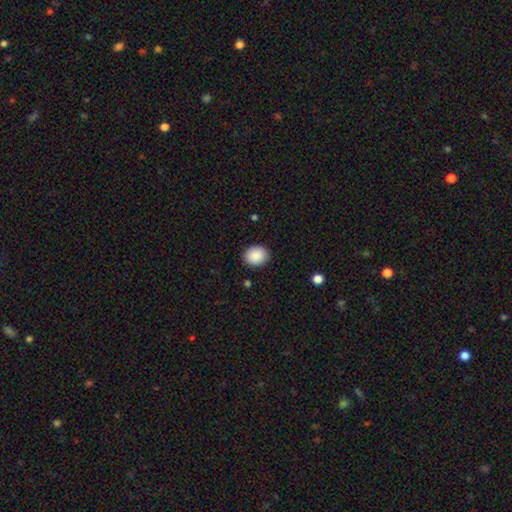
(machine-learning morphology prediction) Overall: smooth (89%). How rounded: round (56%; in between 43%). Merging: none (89%).